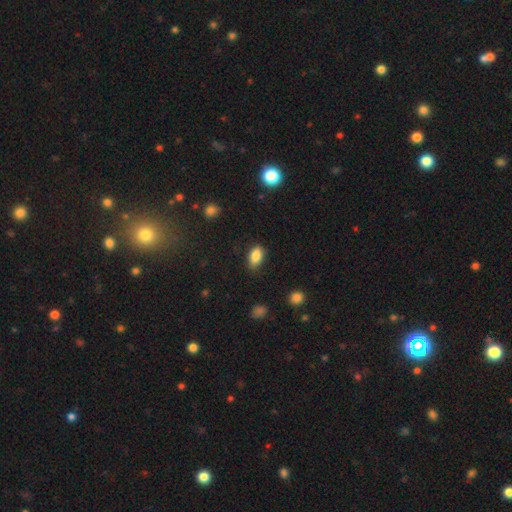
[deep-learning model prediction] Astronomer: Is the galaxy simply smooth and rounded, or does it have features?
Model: smooth — 86%.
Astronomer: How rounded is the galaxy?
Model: in between — 90%.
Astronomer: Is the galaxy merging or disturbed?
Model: none — 79%.